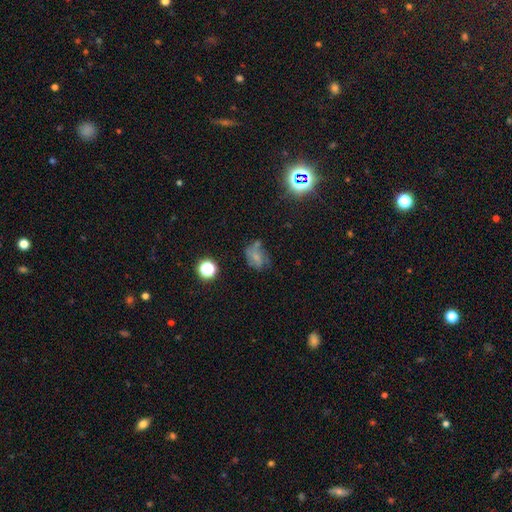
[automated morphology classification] smooth_or_featured: smooth (p=0.47) [alt: featured or disk p=0.32]
merging: none (p=0.43) [alt: minor disturbance p=0.27]